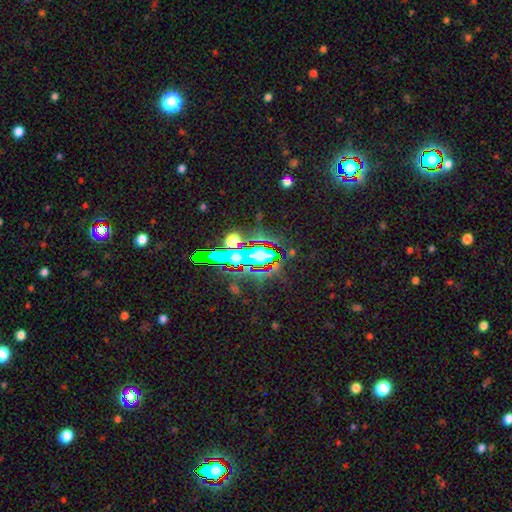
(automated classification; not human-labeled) Overall: star or artifact (67%).